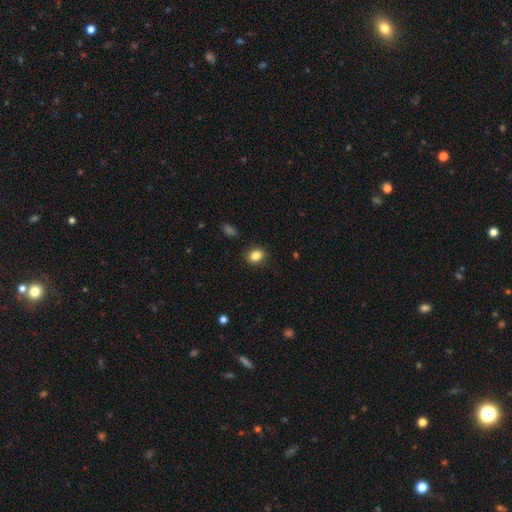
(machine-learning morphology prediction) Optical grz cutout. It shows a smooth galaxy with no disk features (85%) that is in between round and cigar-shaped (53%). Merging: none (88%).